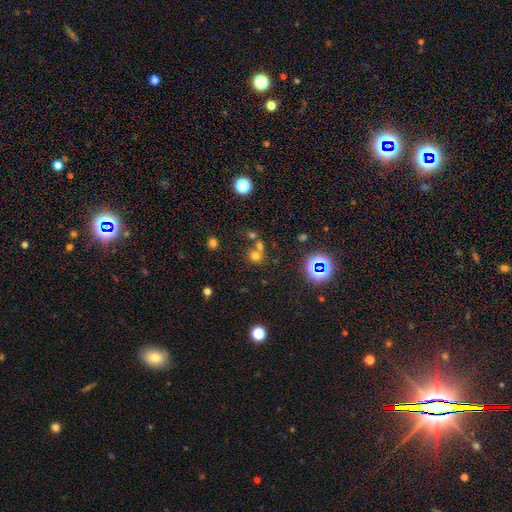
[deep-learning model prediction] This is likely a smooth galaxy (62%). How rounded: clearly round (83%). Merging: possibly none (51%).